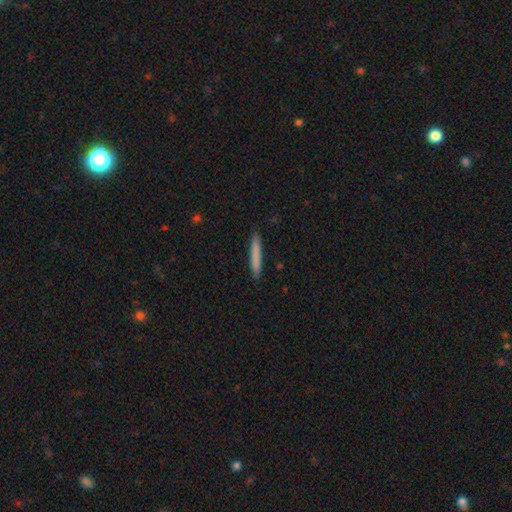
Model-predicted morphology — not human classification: Smooth or featured? Predicted: smooth (p=0.78). How rounded? Predicted: cigar-shaped (p=0.96). Merging? Predicted: none (p=0.90).